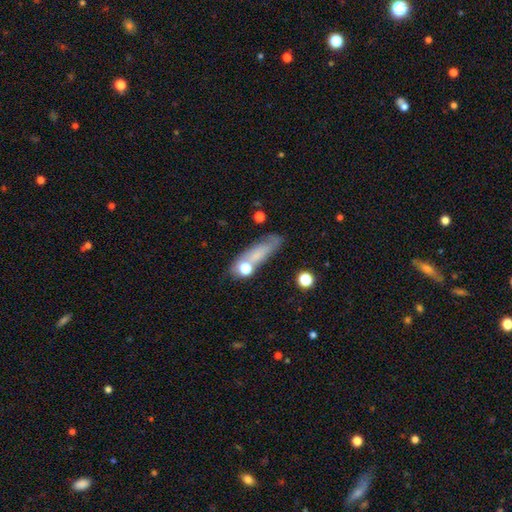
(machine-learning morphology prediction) This is likely a smooth galaxy (61%). How rounded: possibly cigar-shaped (55%). Merging: possibly none (58%).